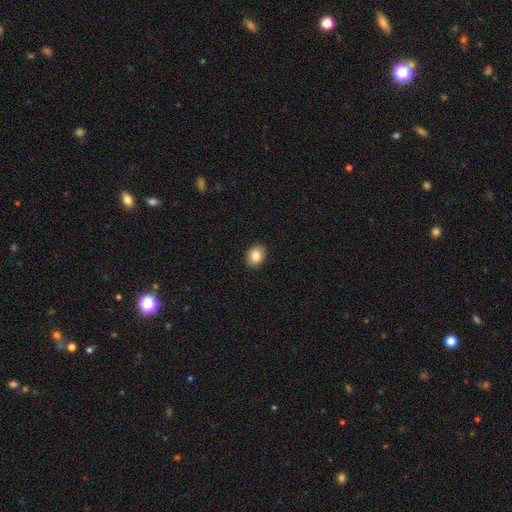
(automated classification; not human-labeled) This is clearly a smooth galaxy (84%). How rounded: possibly in between (51%). Merging: clearly none (91%).